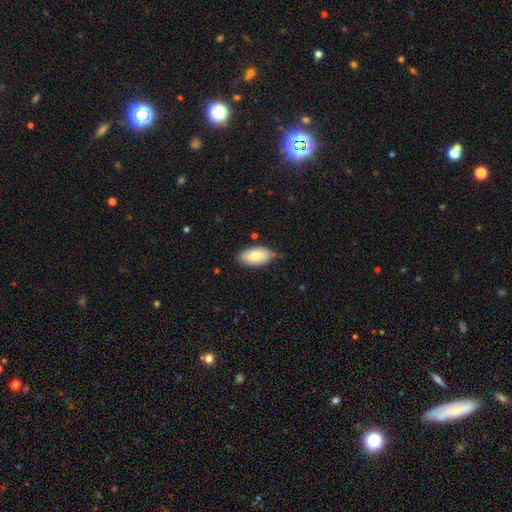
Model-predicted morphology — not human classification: Smooth or featured?
  - smooth: 76% *
  - featured or disk: 18%
  - star or artifact: 6%
How rounded?
  - in between: 93% *
  - cigar-shaped: 4%
  - round: 3%
Merging?
  - none: 79% *
  - minor disturbance: 16%
  - major disturbance: 3%
  - merger: 2%